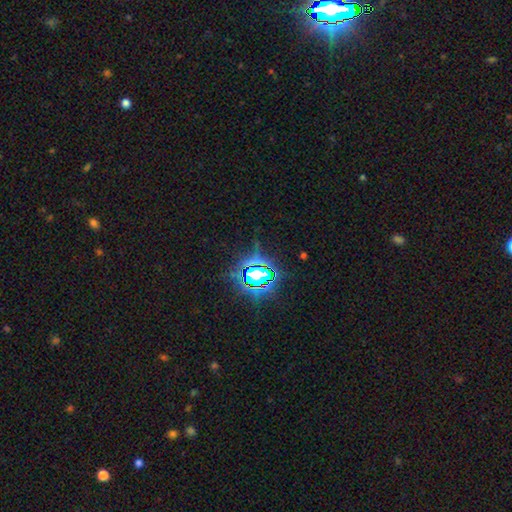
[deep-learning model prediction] Smooth or featured?
  - star or artifact: 81% *
  - smooth: 12%
  - featured or disk: 7%